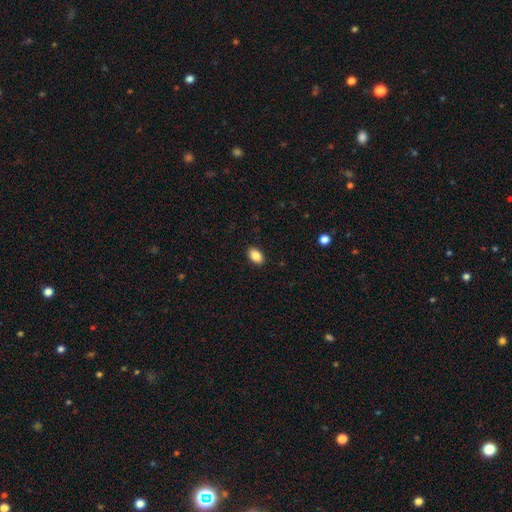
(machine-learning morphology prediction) Smooth or featured: smooth — 87% (star or artifact — 8%)
How rounded: in between — 89% (round — 9%)
Merging: none — 90% (minor disturbance — 7%)